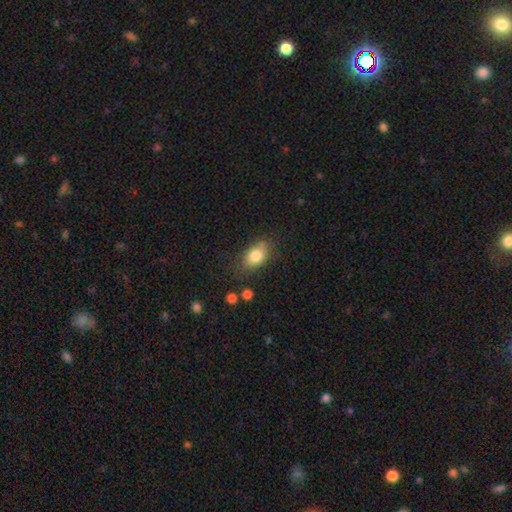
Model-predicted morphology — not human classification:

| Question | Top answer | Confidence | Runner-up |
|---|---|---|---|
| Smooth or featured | smooth | 81% | featured or disk (10%) |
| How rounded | in between | 84% | round (14%) |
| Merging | none | 74% | minor disturbance (18%) |